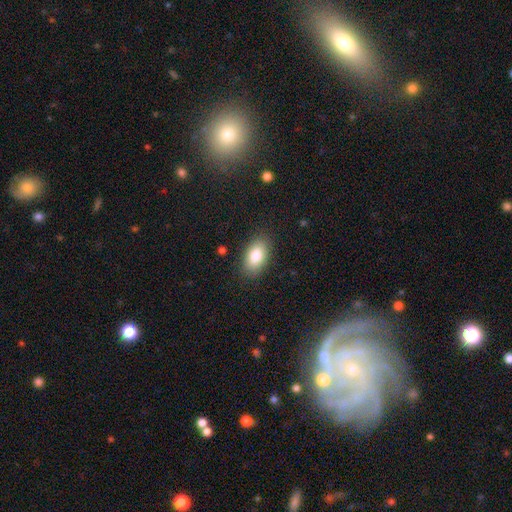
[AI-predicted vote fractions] The model was most divided on "smooth or featured": smooth: 83%, featured or disk: 10%, star or artifact: 7%. More confident: how rounded — in between (91%); merging — none (86%).